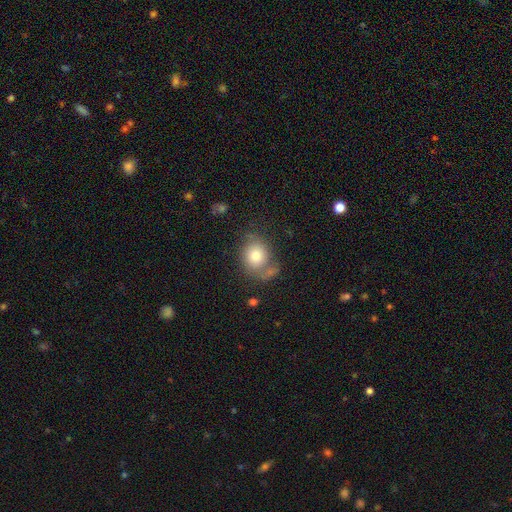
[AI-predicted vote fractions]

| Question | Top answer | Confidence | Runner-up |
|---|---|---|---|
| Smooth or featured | smooth | 71% | featured or disk (19%) |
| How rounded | round | 60% | in between (39%) |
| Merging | none | 51% | minor disturbance (21%) |